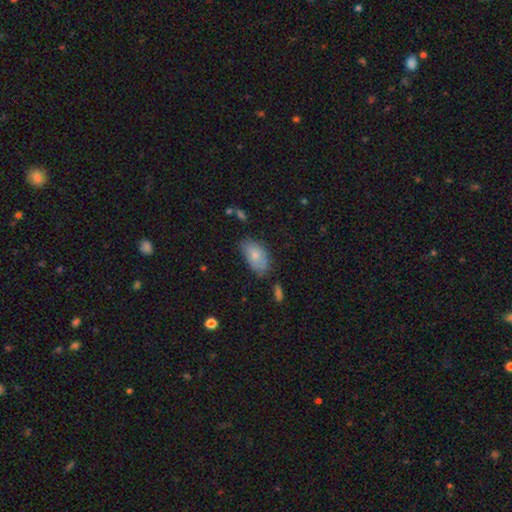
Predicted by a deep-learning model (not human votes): Morphology: type=smooth (74%); roundness=in between (93%); merging=none (63%).